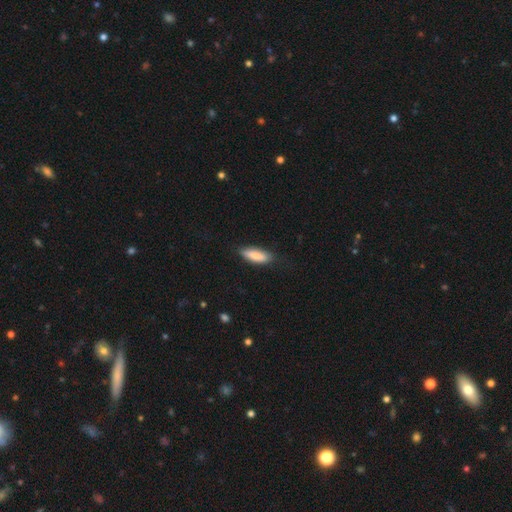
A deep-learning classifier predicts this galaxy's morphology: A smooth galaxy with no disk features (85%) that is in between round and cigar-shaped (59%). Merging: none (77%).